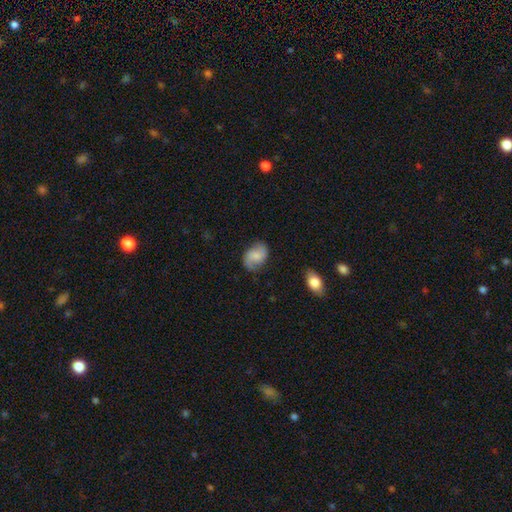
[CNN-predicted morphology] type=smooth (51%); roundness=in between (78%); merging=none (75%).